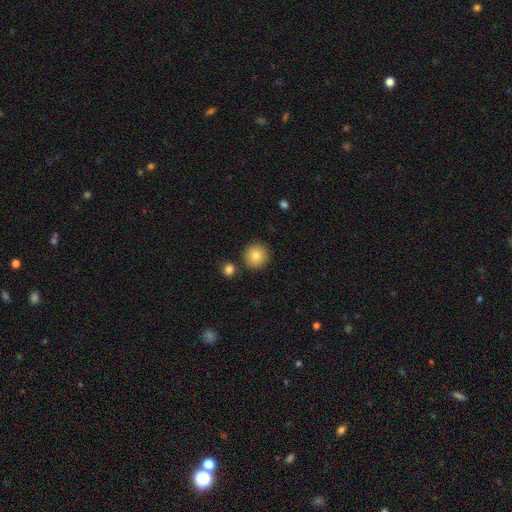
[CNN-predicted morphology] The model was most divided on "smooth or featured": smooth: 83%, star or artifact: 9%, featured or disk: 7%. More confident: how rounded — round (94%); merging — none (87%).